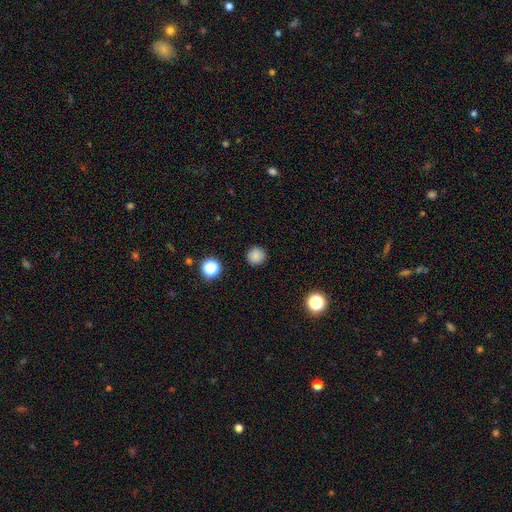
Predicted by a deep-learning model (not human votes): smooth-or-featured: smooth: 84% | star or artifact: 12% | featured or disk: 4%
  how-rounded: round: 95% | in between: 4% | cigar-shaped: 1%
  merging: none: 91% | minor disturbance: 6% | major disturbance: 2% | merger: 1%